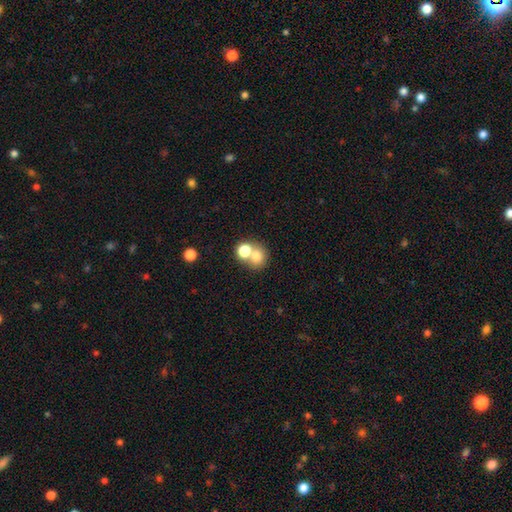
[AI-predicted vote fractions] Smooth or featured? smooth (74%)
How rounded? round (77%)
Merging? merger (53%)